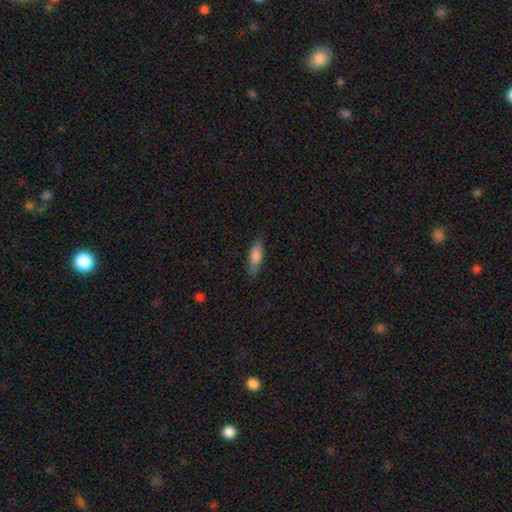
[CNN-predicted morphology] smooth 79%, featured or disk 15%, star or artifact 6%. Down the decision tree: how rounded — in between (56%); merging — none (80%).